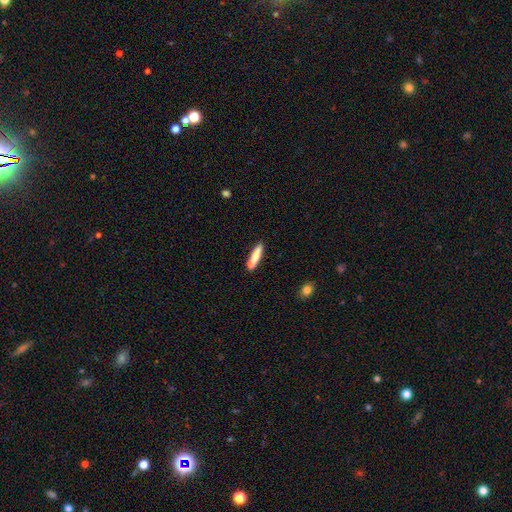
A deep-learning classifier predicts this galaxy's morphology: smooth_or_featured: smooth (p=0.73) [alt: featured or disk p=0.20]
how_rounded: cigar-shaped (p=0.85) [alt: in between p=0.13]
merging: none (p=0.68) [alt: merger p=0.15]